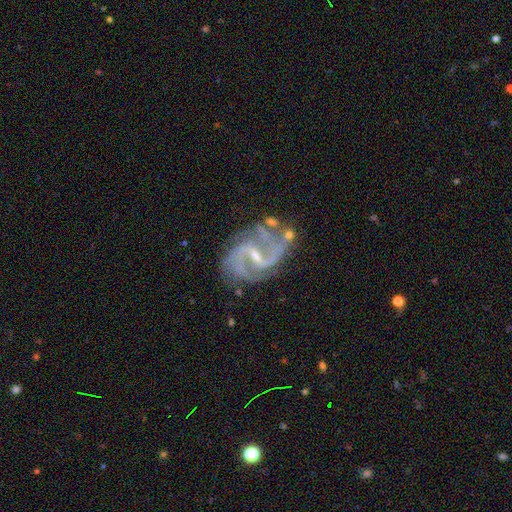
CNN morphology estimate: This is clearly a featured or disk galaxy (91%). It is clearly not viewed edge-on (98%). Bar: possibly weak (51%). Spiral arm pattern: clearly yes (98%). Spiral arm count: likely 2 (75%). Spiral winding: possibly medium (51%). Central bulge: likely small (72%). Merging: possibly none (60%).